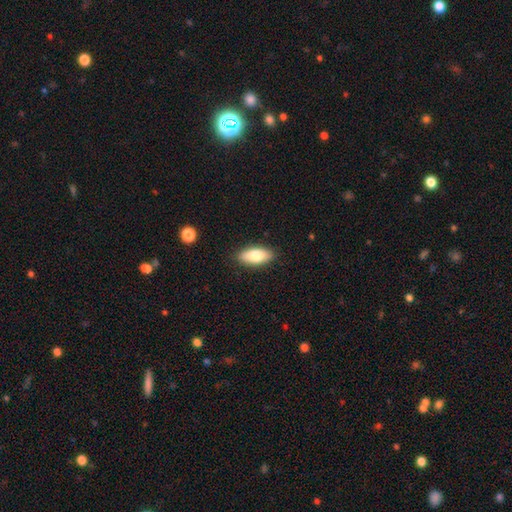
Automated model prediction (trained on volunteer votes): smooth_or_featured: smooth (p=0.78) [alt: featured or disk p=0.16]
how_rounded: in between (p=0.88) [alt: cigar-shaped p=0.10]
merging: none (p=0.88) [alt: minor disturbance p=0.09]